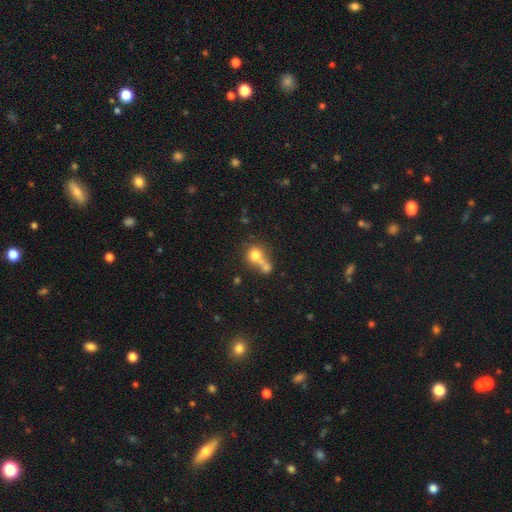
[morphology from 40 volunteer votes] smooth 68%, featured or disk 20%, star or artifact 12%. Down the decision tree: how rounded — round (89%); merging — merger (57%).